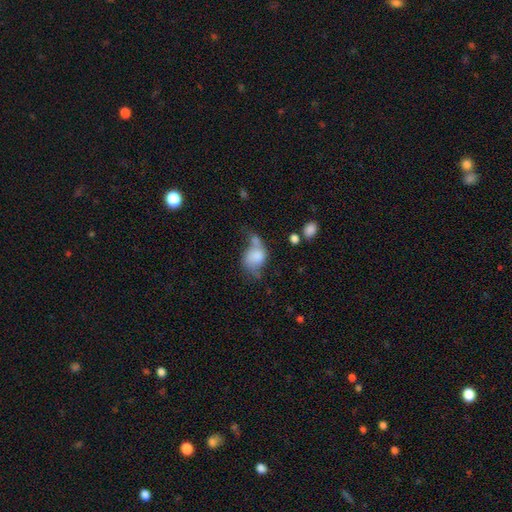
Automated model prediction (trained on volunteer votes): Overall: smooth (64%; featured or disk 26%). How rounded: in between (60%; round 38%). Merging: merger (29%; major disturbance 26%).